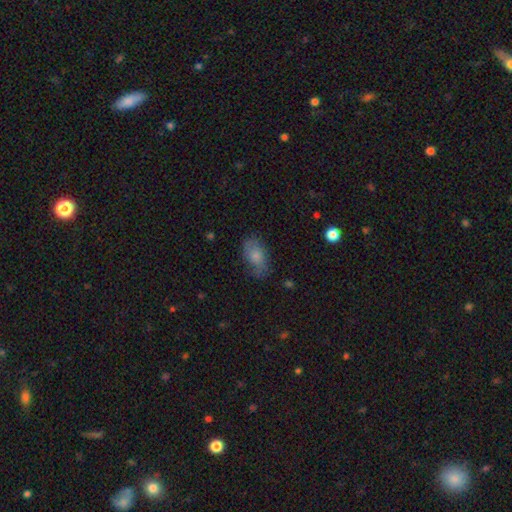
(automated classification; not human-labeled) A smooth galaxy with no disk features (75%) that is in between round and cigar-shaped (91%). Merging: none (66%).